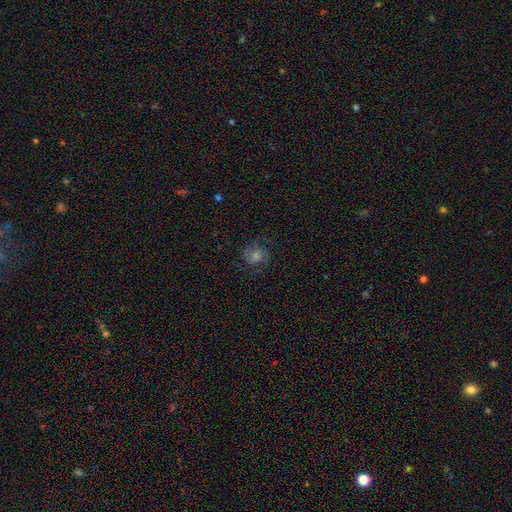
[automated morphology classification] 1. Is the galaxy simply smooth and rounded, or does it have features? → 62% featured or disk, 21% smooth, 17% star or artifact.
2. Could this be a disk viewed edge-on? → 97% no, 3% yes.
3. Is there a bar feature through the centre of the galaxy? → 59% no, 34% weak, 7% strong.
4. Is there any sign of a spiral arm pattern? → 93% yes, 7% no.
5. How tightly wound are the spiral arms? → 48% medium, 38% tight, 15% loose.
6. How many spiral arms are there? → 78% 2, 11% can't tell, 4% 3, 3% 1, 2% 4, 2% more than 4.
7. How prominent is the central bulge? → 47% moderate, 30% small, 13% large, 7% none, 2% dominant.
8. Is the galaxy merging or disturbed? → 78% none, 13% minor disturbance, 7% major disturbance, 1% merger.